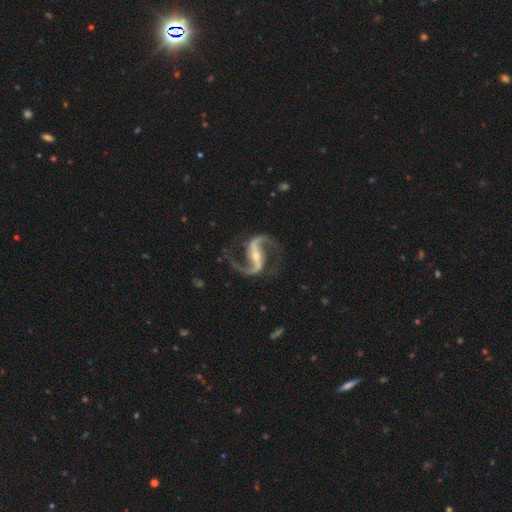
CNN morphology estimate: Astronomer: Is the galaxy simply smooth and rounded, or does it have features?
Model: featured or disk — 94%.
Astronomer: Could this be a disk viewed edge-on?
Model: no — 98%.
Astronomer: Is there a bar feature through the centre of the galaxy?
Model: strong — 56%.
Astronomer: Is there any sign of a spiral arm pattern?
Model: yes — 98%.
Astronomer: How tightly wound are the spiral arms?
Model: loose — 52% (runner-up: medium, 41%).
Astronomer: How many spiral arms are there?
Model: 2 — 95%.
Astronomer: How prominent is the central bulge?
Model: small — 50% (runner-up: moderate, 44%).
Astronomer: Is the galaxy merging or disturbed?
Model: none — 81%.